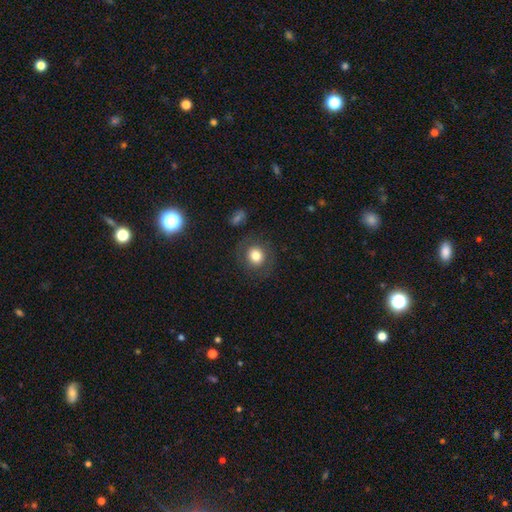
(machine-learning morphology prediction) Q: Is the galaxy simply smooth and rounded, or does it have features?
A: smooth — 75%.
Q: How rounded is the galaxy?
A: round — 83%.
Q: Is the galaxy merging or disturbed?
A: none — 83%.